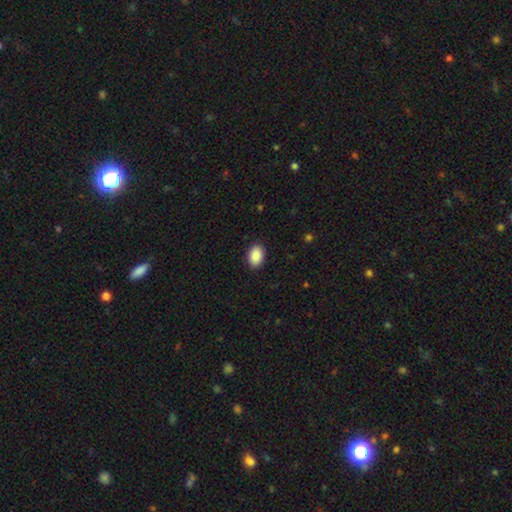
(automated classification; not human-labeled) This appears to be a smooth galaxy with no disk features (90%) that is in between round and cigar-shaped (87%). Merging: none (90%).